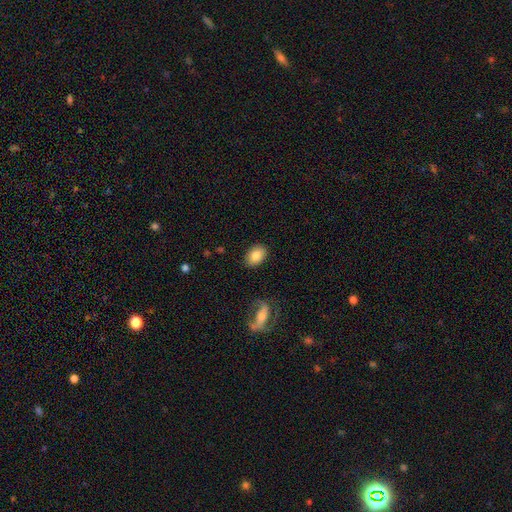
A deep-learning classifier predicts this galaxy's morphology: A smooth galaxy with no disk features (82%) that is in between round and cigar-shaped (81%). Merging: none (87%).